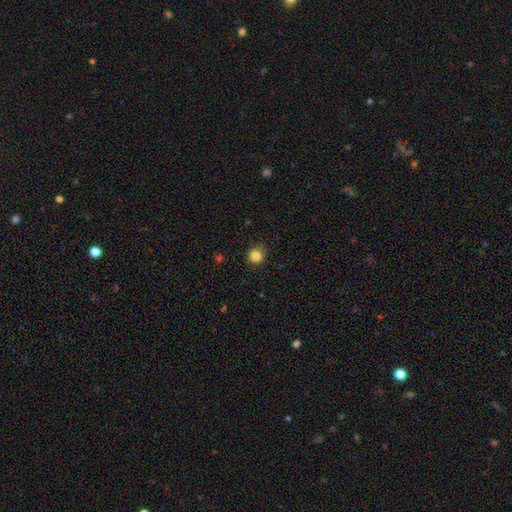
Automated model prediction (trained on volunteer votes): smooth_or_featured: smooth (p=0.84) [alt: star or artifact p=0.12]
how_rounded: round (p=0.89) [alt: in between p=0.10]
merging: none (p=0.85) [alt: minor disturbance p=0.11]